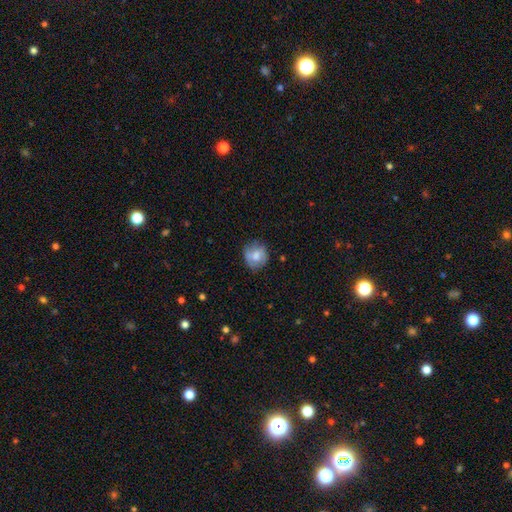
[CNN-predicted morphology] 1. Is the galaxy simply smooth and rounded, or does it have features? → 68% smooth, 24% featured or disk, 8% star or artifact.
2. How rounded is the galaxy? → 80% round, 19% in between, 1% cigar-shaped.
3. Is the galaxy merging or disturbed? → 70% none, 22% minor disturbance, 7% major disturbance, 2% merger.